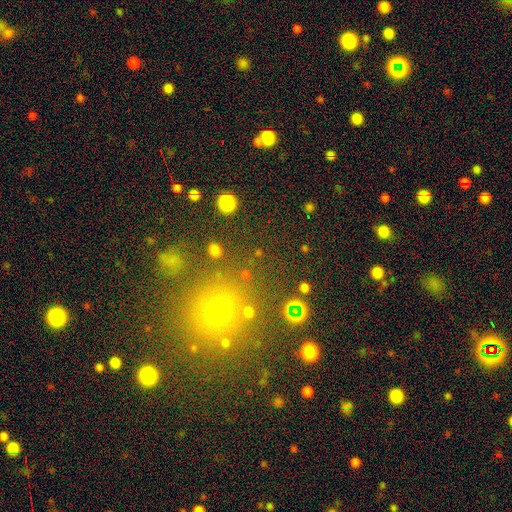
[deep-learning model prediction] Smooth or featured: smooth — 50% (star or artifact — 42%)
How rounded: round — 90% (in between — 9%)
Merging: none — 84% (minor disturbance — 8%)